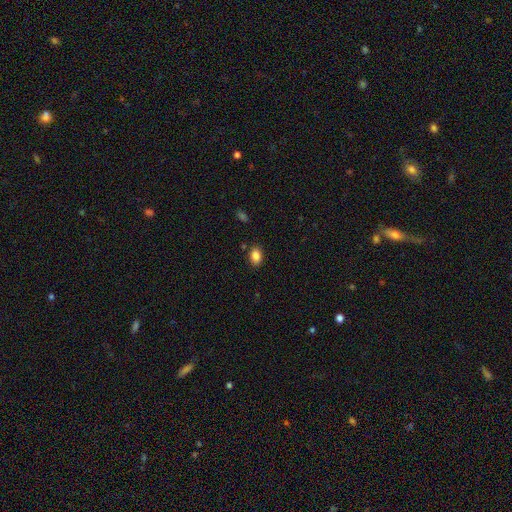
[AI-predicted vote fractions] Q: Smooth or featured?
A: smooth (86%); runner-up: star or artifact (9%)
Q: How rounded?
A: in between (80%); runner-up: round (19%)
Q: Merging?
A: none (85%); runner-up: minor disturbance (10%)